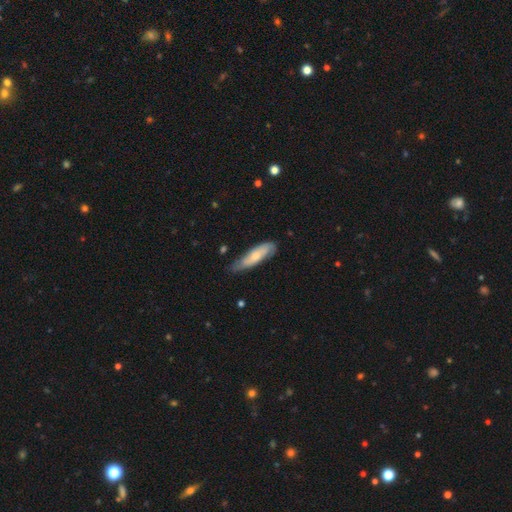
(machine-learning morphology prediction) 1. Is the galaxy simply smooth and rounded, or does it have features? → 57% smooth, 38% featured or disk, 6% star or artifact.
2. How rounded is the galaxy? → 57% cigar-shaped, 41% in between, 2% round.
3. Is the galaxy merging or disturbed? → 66% none, 27% minor disturbance, 5% major disturbance, 2% merger.